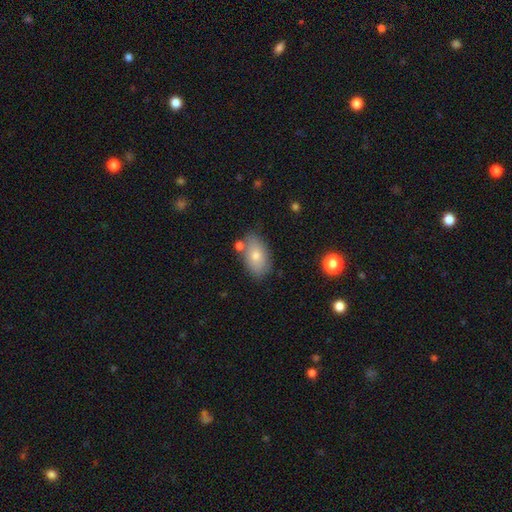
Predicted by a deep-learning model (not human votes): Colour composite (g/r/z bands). It shows a smooth galaxy with no disk features (74%) that is in between round and cigar-shaped (90%). Merging: none (76%).